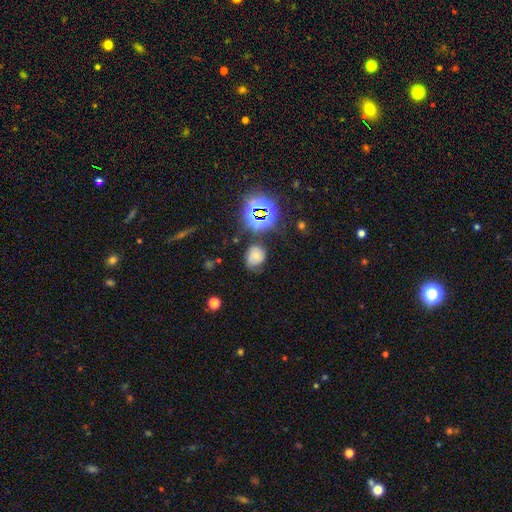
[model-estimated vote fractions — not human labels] smooth-or-featured: smooth: 49% | featured or disk: 28% | star or artifact: 23%
  merging: none: 57% | minor disturbance: 29% | major disturbance: 10% | merger: 4%